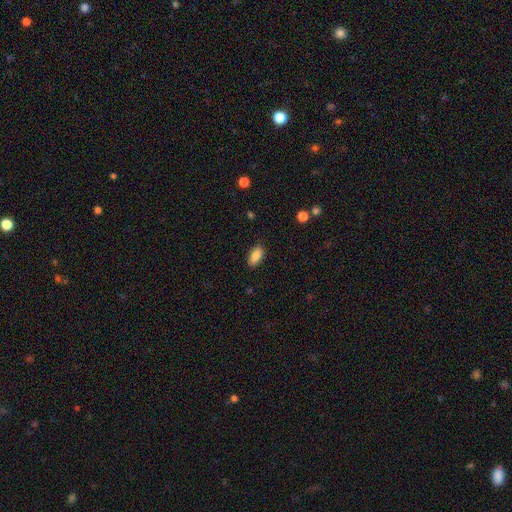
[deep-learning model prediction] A smooth galaxy with no disk features (85%) that is in between round and cigar-shaped (91%). Merging: none (88%).